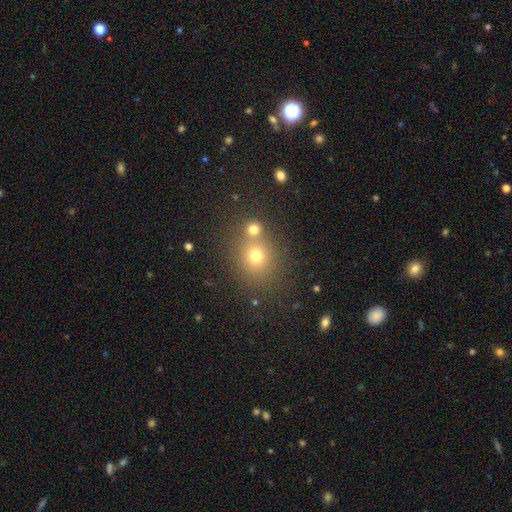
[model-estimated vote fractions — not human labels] Smooth or featured: smooth — 68% (star or artifact — 21%)
How rounded: round — 80% (in between — 19%)
Merging: none — 64% (merger — 25%)